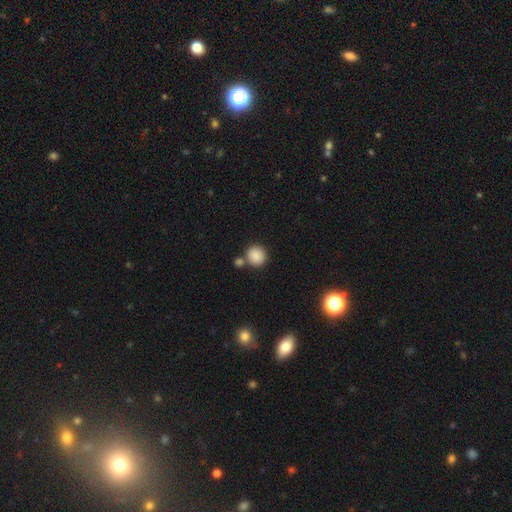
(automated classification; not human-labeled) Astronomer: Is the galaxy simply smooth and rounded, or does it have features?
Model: smooth — 87%.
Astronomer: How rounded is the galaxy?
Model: round — 88%.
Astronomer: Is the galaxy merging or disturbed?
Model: none — 68%.